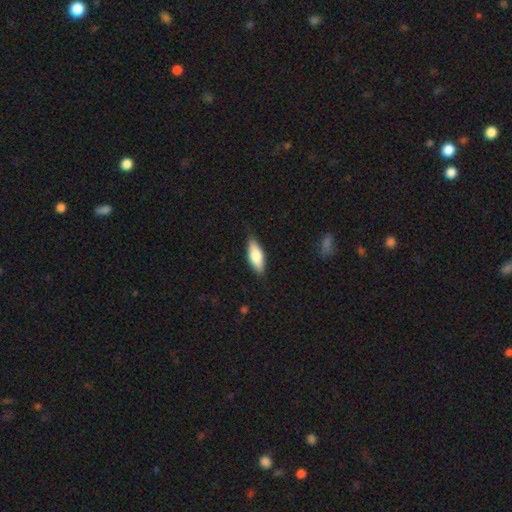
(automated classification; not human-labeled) smooth_or_featured: smooth (p=0.77) [alt: featured or disk p=0.18]
how_rounded: in between (p=0.73) [alt: cigar-shaped p=0.25]
merging: none (p=0.84) [alt: minor disturbance p=0.13]